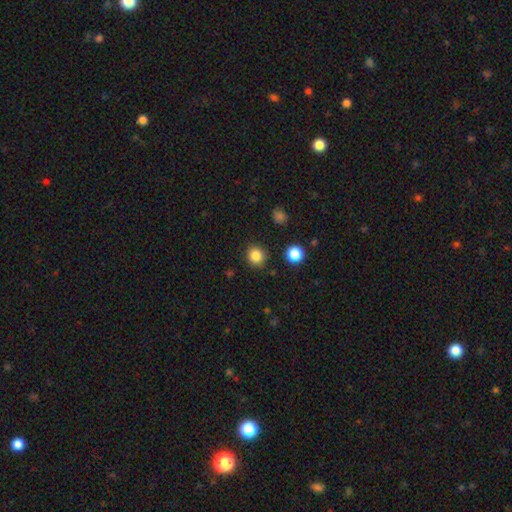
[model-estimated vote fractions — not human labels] A smooth galaxy with no disk features (84%) that is round (87%). Merging: none (89%).